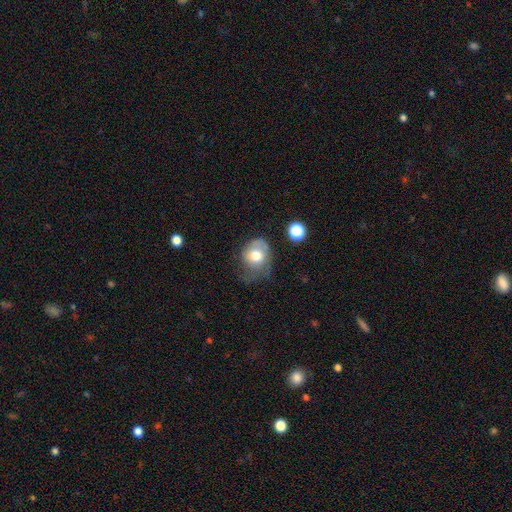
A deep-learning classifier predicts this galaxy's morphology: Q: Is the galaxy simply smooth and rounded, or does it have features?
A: smooth — 65%.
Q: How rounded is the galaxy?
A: round — 59%.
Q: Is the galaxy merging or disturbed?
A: major disturbance — 35%.